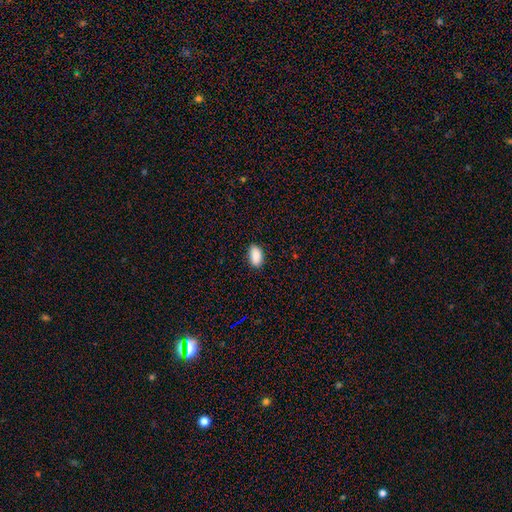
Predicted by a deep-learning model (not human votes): smooth_or_featured: smooth (p=0.89) [alt: star or artifact p=0.07]
how_rounded: in between (p=0.93) [alt: round p=0.04]
merging: none (p=0.83) [alt: minor disturbance p=0.13]